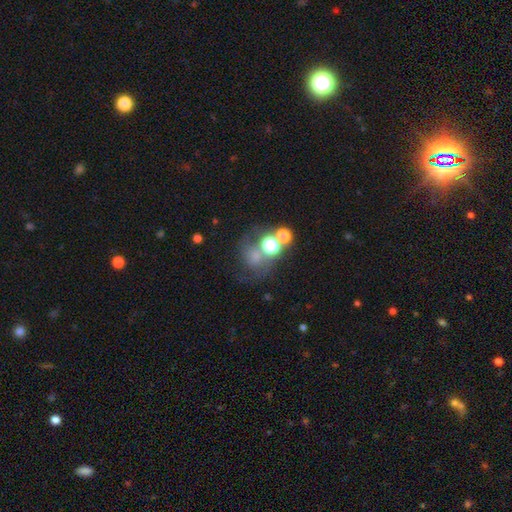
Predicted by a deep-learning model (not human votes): smooth_or_featured: smooth (p=0.35) [alt: star or artifact p=0.34]
merging: none (p=0.47) [alt: merger p=0.21]